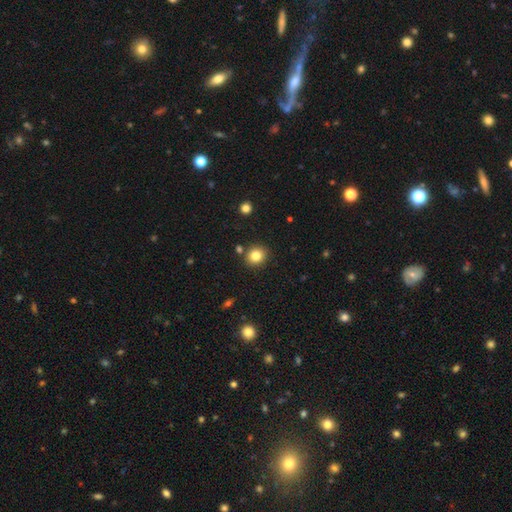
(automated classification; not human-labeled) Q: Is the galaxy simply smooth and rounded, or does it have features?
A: smooth — 82%.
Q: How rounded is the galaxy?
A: round — 80%.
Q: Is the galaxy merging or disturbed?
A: none — 86%.